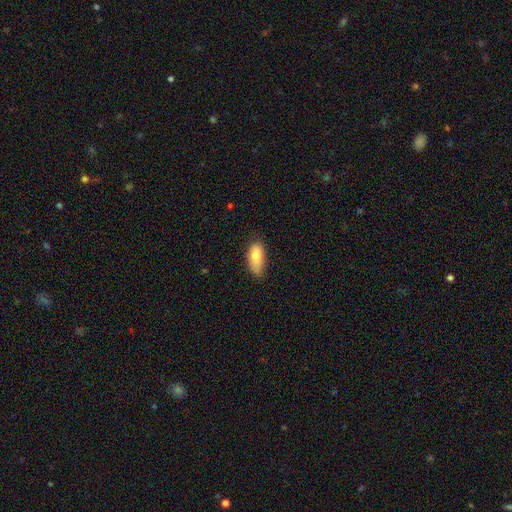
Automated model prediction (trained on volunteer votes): Smooth or featured?
  - smooth: 81% *
  - featured or disk: 12%
  - star or artifact: 7%
How rounded?
  - in between: 83% *
  - cigar-shaped: 14%
  - round: 3%
Merging?
  - none: 66% *
  - minor disturbance: 27%
  - major disturbance: 5%
  - merger: 2%